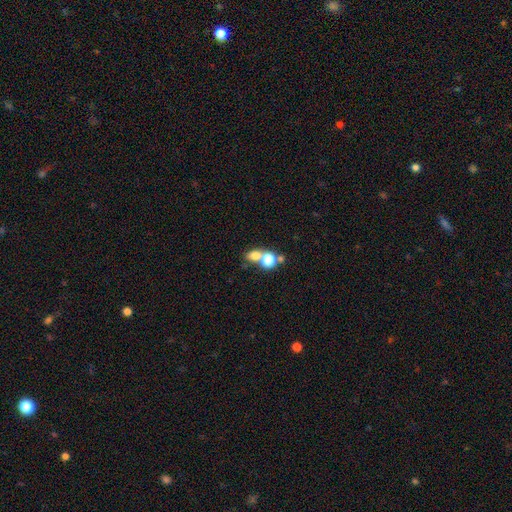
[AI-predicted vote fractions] Smooth or featured: smooth — 71% (star or artifact — 16%)
How rounded: round — 58% (in between — 40%)
Merging: merger — 51% (none — 37%)